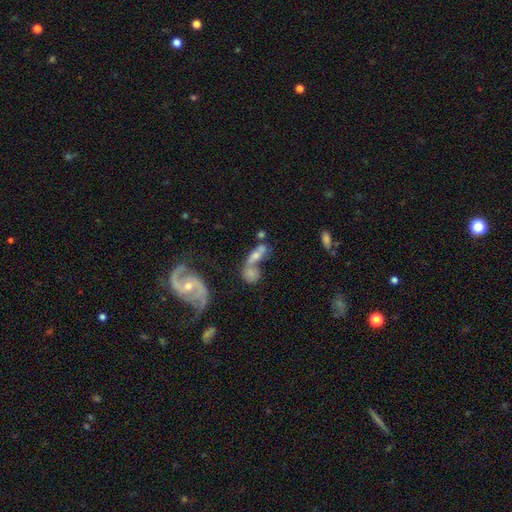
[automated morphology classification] smooth-or-featured: featured or disk: 58% | smooth: 29% | star or artifact: 13%
  disk-edge-on: no: 89% | yes: 11%
    bar: no: 60% | weak: 29% | strong: 11%
    has-spiral-arms: yes: 69% | no: 31%
    bulge-size: moderate: 43% | small: 40% | none: 10% | large: 5% | dominant: 2%
  merging: merger: 42% | none: 31% | minor disturbance: 14% | major disturbance: 12%